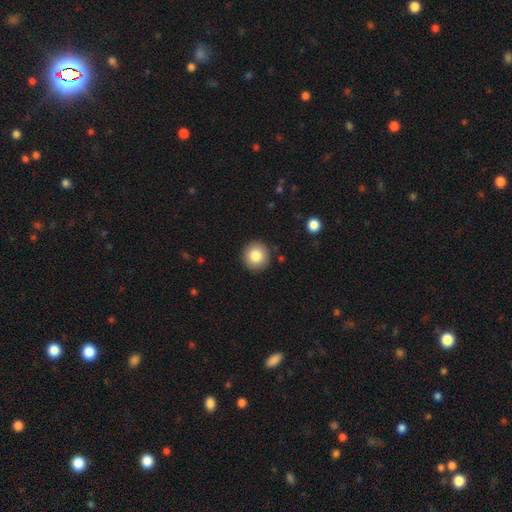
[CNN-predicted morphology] This appears to be a smooth galaxy with no disk features (83%) that is round (94%). Merging: none (91%).